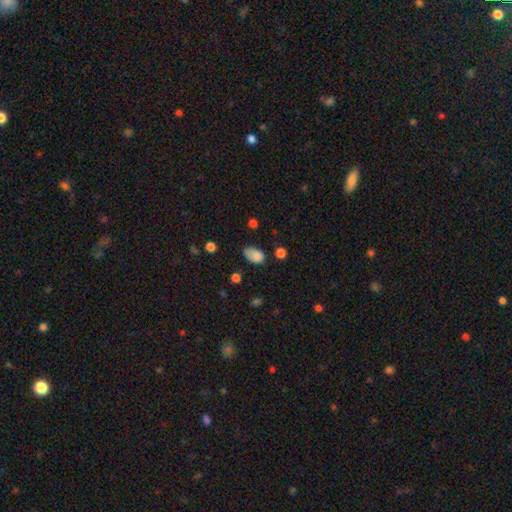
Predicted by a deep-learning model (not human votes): smooth 82%, star or artifact 10%, featured or disk 8%. Down the decision tree: how rounded — in between (89%); merging — none (50%).